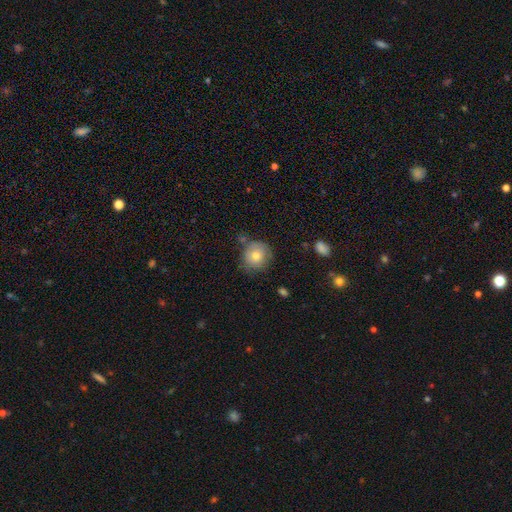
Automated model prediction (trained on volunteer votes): This appears to be a smooth galaxy with no disk features (74%) that is round (89%). Merging: none (68%).